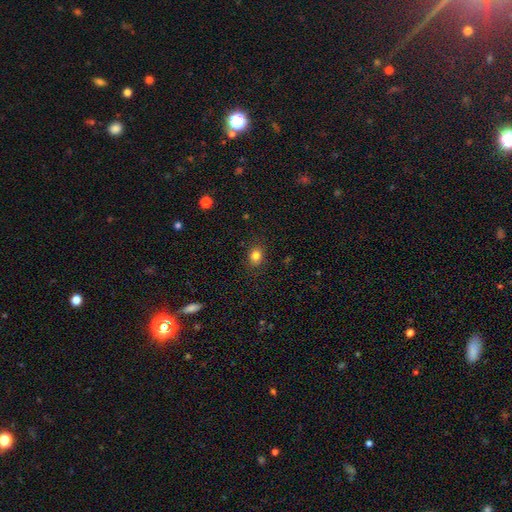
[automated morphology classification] Q: Smooth or featured?
A: smooth (82%); runner-up: star or artifact (12%)
Q: How rounded?
A: round (55%); runner-up: in between (44%)
Q: Merging?
A: none (86%); runner-up: minor disturbance (10%)